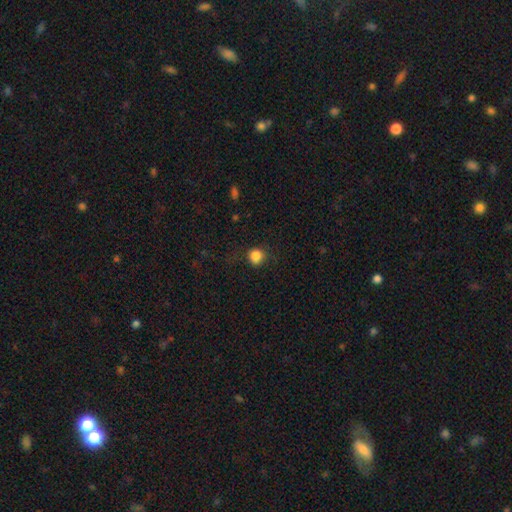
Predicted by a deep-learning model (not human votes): This is clearly a smooth galaxy (84%). How rounded: clearly round (87%). Merging: likely none (78%).